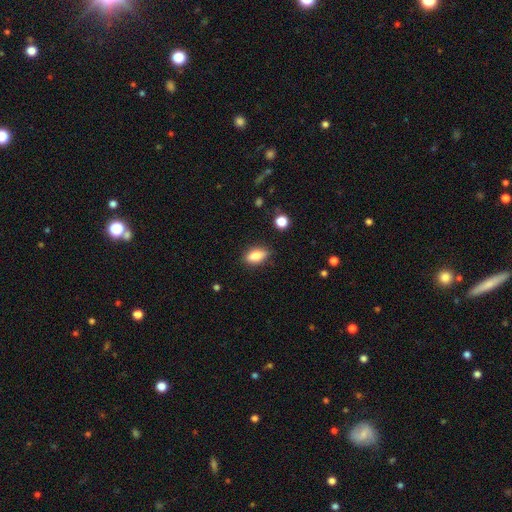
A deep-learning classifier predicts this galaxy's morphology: smooth 78%, featured or disk 14%, star or artifact 8%. Down the decision tree: how rounded — in between (80%); merging — none (84%).